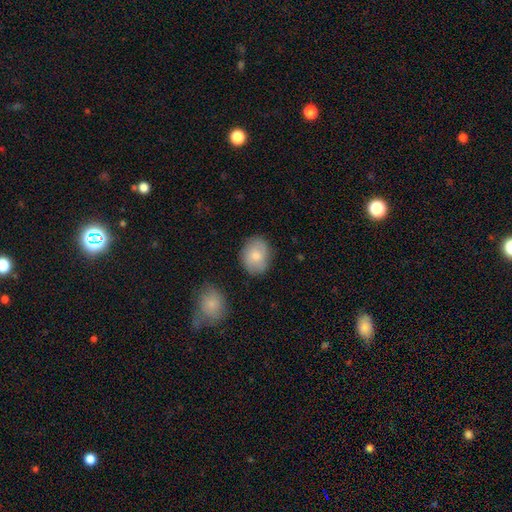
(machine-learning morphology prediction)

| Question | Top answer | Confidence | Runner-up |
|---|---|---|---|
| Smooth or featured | smooth | 77% | featured or disk (17%) |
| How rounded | in between | 52% | round (47%) |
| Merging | none | 83% | minor disturbance (12%) |